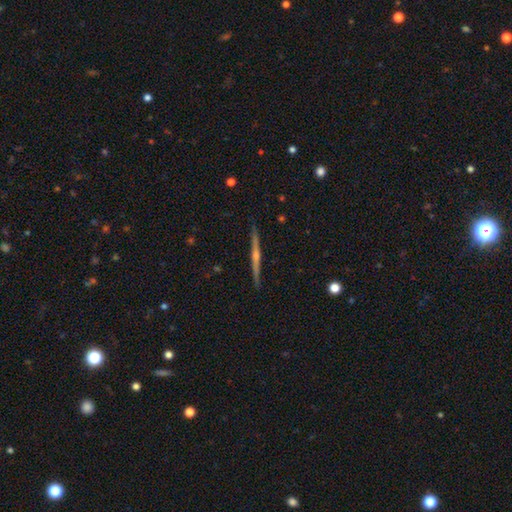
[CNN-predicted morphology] The model was most divided on "edge-on bulge": rounded: 73%, none: 19%, boxy: 8%. More confident: edge-on disk — yes (97%); merging — none (89%); smooth or featured — featured or disk (73%).